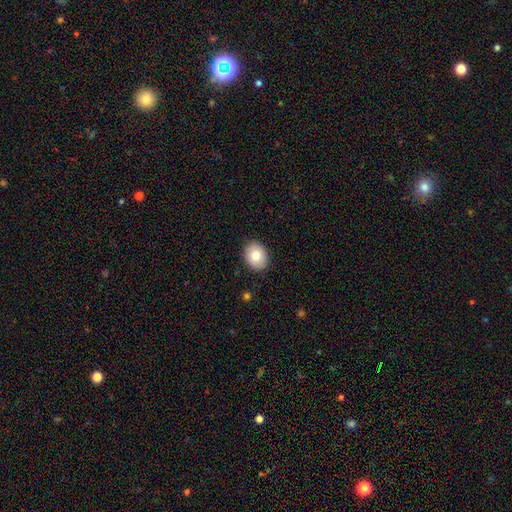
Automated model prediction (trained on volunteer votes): Smooth or featured? Predicted: smooth (p=0.81). How rounded? Predicted: in between (p=0.54). Merging? Predicted: none (p=0.89).